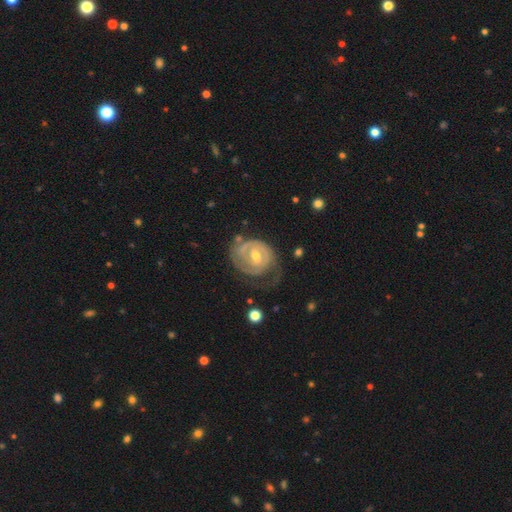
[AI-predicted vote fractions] Smooth or featured?
  - featured or disk: 83% *
  - smooth: 12%
  - star or artifact: 5%
Edge-on disk?
  - no: 97% *
  - yes: 3%
Bar?
  - weak: 49% *
  - no: 38%
  - strong: 13%
Spiral arms?
  - yes: 90% *
  - no: 10%
Spiral winding?
  - tight: 67% *
  - medium: 24%
  - loose: 8%
Spiral arm count?
  - 2: 45% *
  - can't tell: 23%
  - 1: 21%
  - 3: 7%
  - 4: 2%
  - more than 4: 2%
Bulge size?
  - moderate: 56% *
  - small: 39%
  - large: 2%
  - none: 1%
  - dominant: 1%
Merging?
  - none: 51% *
  - minor disturbance: 25%
  - major disturbance: 21%
  - merger: 3%